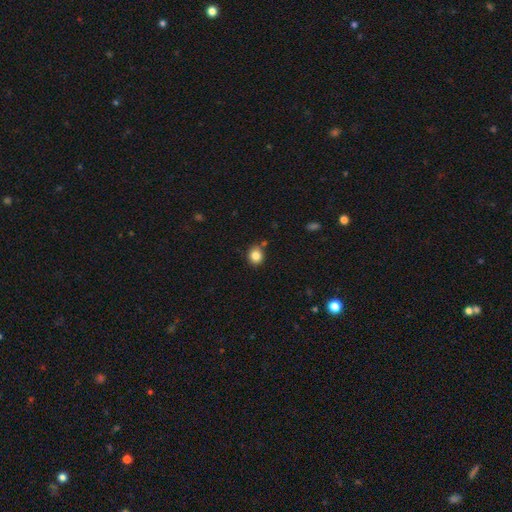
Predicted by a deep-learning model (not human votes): smooth-or-featured: smooth: 85% | star or artifact: 10% | featured or disk: 5%
  how-rounded: round: 74% | in between: 25% | cigar-shaped: 1%
  merging: none: 82% | minor disturbance: 11% | merger: 5% | major disturbance: 3%